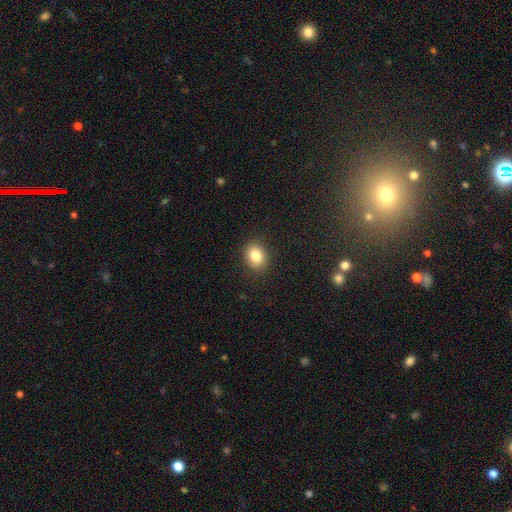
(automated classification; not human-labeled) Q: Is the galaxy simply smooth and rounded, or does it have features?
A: smooth — 83%.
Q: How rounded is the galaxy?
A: in between — 53%.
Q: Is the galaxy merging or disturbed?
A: none — 89%.